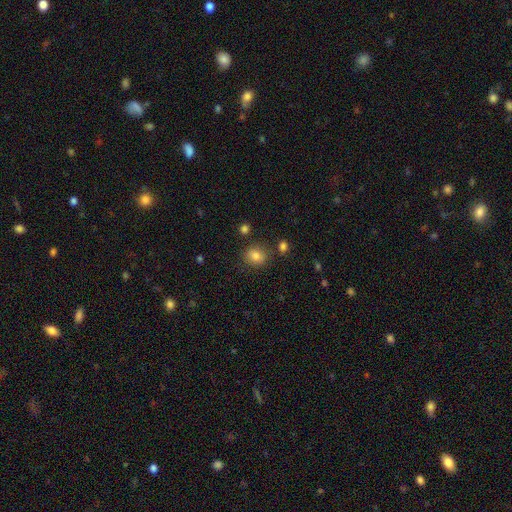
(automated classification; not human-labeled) smooth 81%, star or artifact 11%, featured or disk 7%. Down the decision tree: how rounded — round (67%); merging — none (81%).